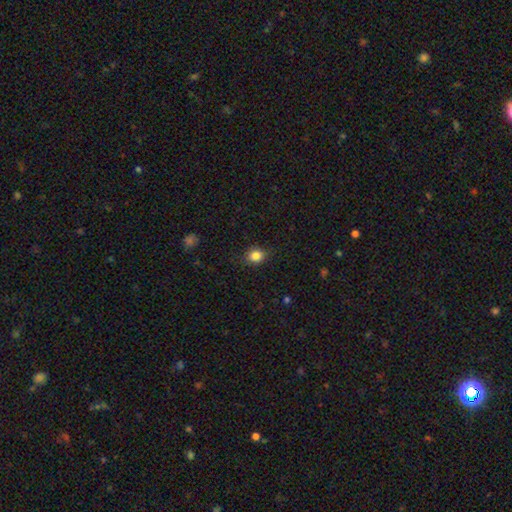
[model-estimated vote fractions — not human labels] The model was most divided on "how rounded": round: 64%, in between: 35%, cigar-shaped: 1%. More confident: smooth or featured — smooth (84%); merging — none (83%).